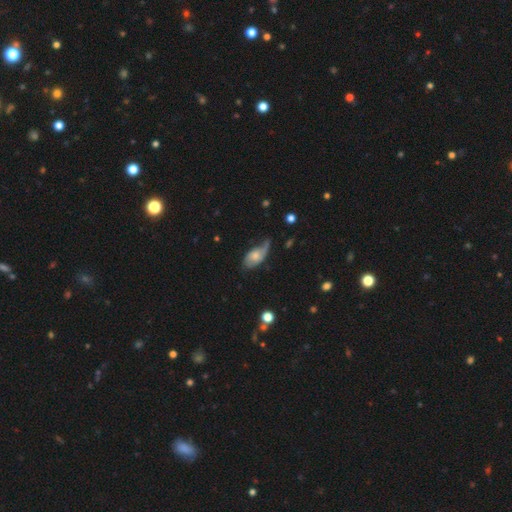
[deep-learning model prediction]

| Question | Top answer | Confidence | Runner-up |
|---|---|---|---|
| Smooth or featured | featured or disk | 50% | smooth (42%) |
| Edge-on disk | no | 91% | yes (9%) |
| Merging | minor disturbance | 38% | none (33%) |